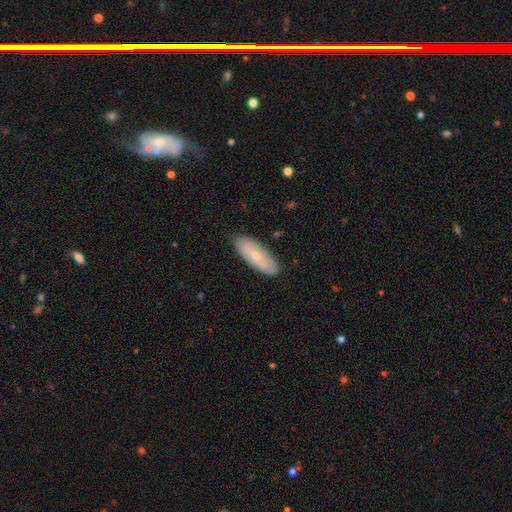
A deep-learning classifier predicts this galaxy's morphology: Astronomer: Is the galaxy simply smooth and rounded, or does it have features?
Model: smooth — 56% (runner-up: featured or disk, 37%).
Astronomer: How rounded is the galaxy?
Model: in between — 69%.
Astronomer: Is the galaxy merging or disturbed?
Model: none — 84%.